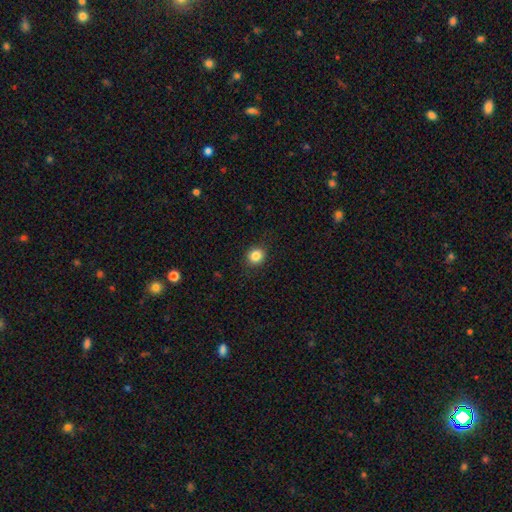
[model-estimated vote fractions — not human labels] Smooth or featured: smooth — 85% (star or artifact — 11%)
How rounded: round — 82% (in between — 17%)
Merging: none — 89% (minor disturbance — 8%)